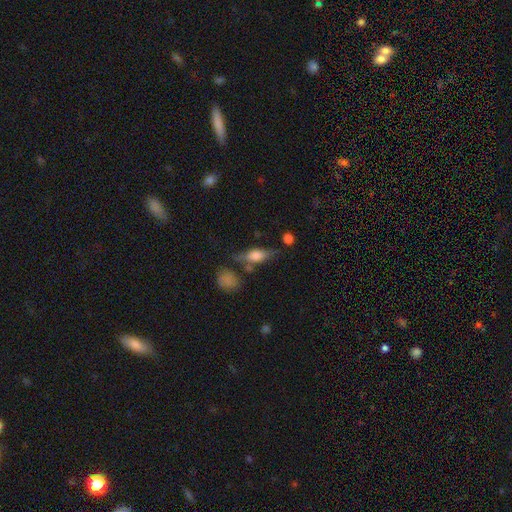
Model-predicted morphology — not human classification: A smooth galaxy with no disk features (51%) that is in between round and cigar-shaped (61%).

Vote fractions:
- Smooth or featured? smooth: 51% / featured or disk: 41% / star or artifact: 8%
- How rounded? in between: 61% / cigar-shaped: 32% / round: 7%
- Merging? none: 67% / minor disturbance: 19% / merger: 7% / major disturbance: 7%